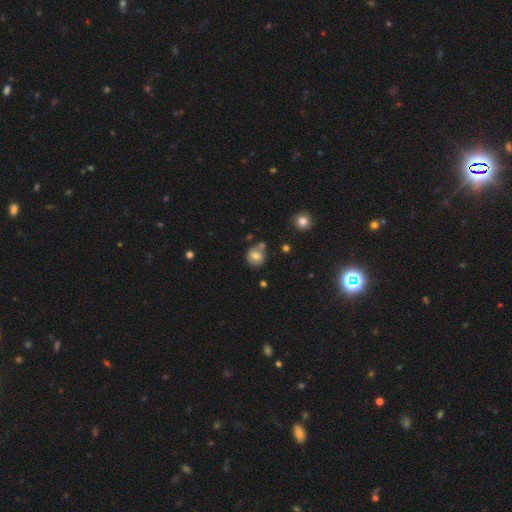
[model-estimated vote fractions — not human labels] Overall: smooth (75%). How rounded: round (86%). Merging: none (71%).